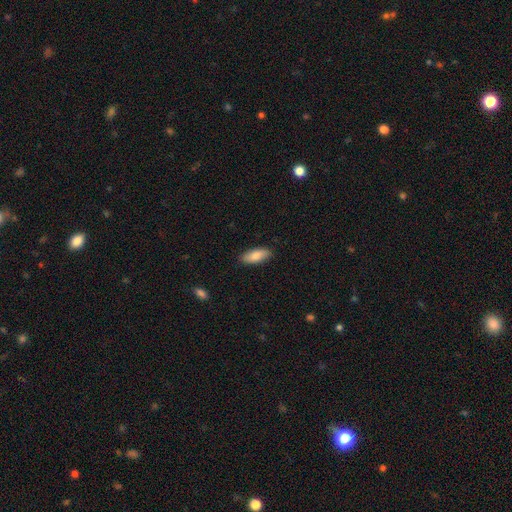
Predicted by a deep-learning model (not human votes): Smooth or featured?
  - smooth: 84% *
  - featured or disk: 10%
  - star or artifact: 6%
How rounded?
  - in between: 80% *
  - cigar-shaped: 18%
  - round: 2%
Merging?
  - none: 88% *
  - minor disturbance: 9%
  - major disturbance: 2%
  - merger: 1%